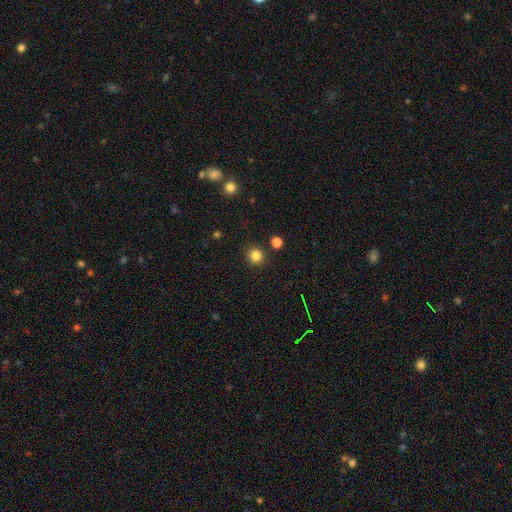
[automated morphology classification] smooth 83%, star or artifact 13%, featured or disk 4%. Down the decision tree: how rounded — round (94%); merging — none (90%).